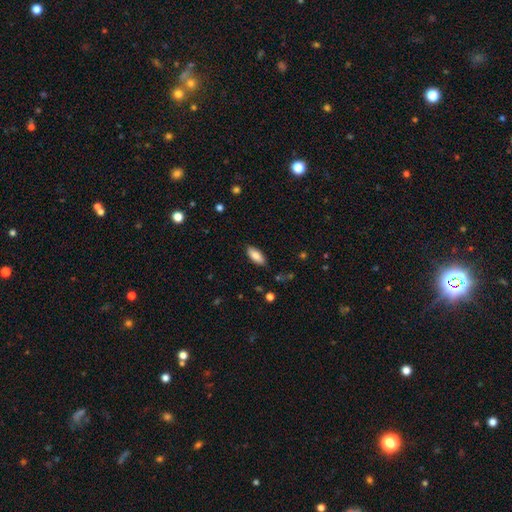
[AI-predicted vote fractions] The model was most divided on "how rounded": in between: 81%, cigar-shaped: 17%, round: 2%. More confident: merging — none (86%); smooth or featured — smooth (83%).